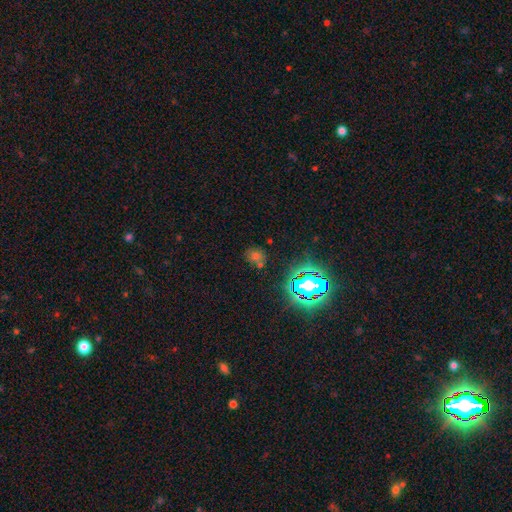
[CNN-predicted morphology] A smooth galaxy with no disk features (45%).

Vote fractions:
- Smooth or featured? smooth: 45% / star or artifact: 44% / featured or disk: 11%
- Merging? none: 73% / minor disturbance: 12% / merger: 10% / major disturbance: 5%